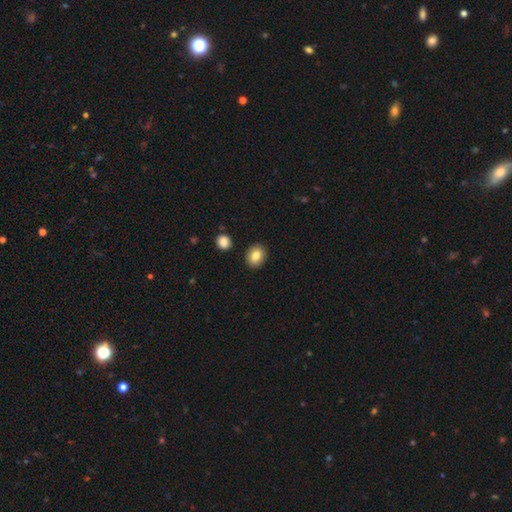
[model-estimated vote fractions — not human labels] Smooth or featured?
  - smooth: 84% *
  - star or artifact: 8%
  - featured or disk: 8%
How rounded?
  - in between: 51% *
  - round: 48%
  - cigar-shaped: 1%
Merging?
  - none: 89% *
  - minor disturbance: 7%
  - merger: 2%
  - major disturbance: 2%